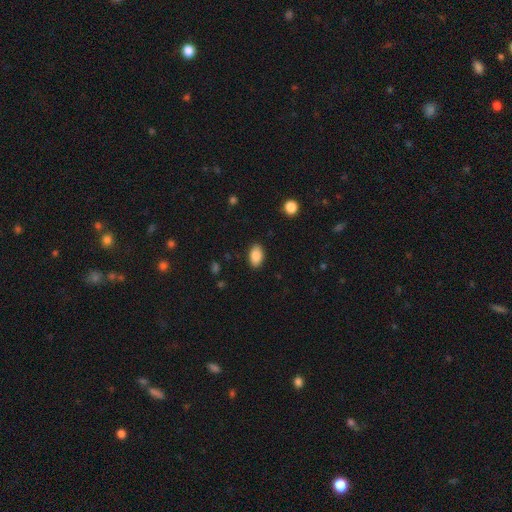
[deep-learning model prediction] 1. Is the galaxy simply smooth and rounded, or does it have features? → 87% smooth, 8% star or artifact, 6% featured or disk.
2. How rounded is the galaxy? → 90% in between, 8% round, 1% cigar-shaped.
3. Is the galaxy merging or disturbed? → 88% none, 8% minor disturbance, 2% major disturbance, 1% merger.